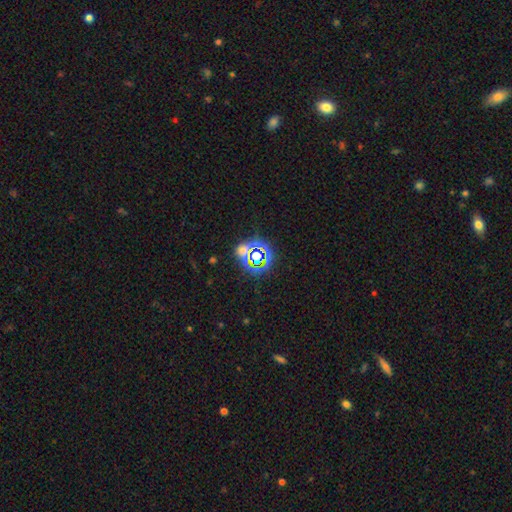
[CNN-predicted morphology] Overall: star or artifact (67%).